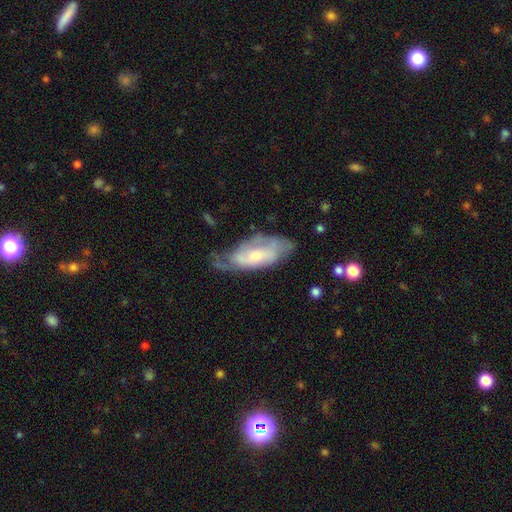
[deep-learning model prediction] Smooth or featured? Predicted: featured or disk (p=0.62). Edge-on disk? Predicted: no (p=0.88). Bar? Predicted: no (p=0.60). Spiral arms? Predicted: yes (p=0.73). Bulge size? Predicted: moderate (p=0.49). Merging? Predicted: none (p=0.44).